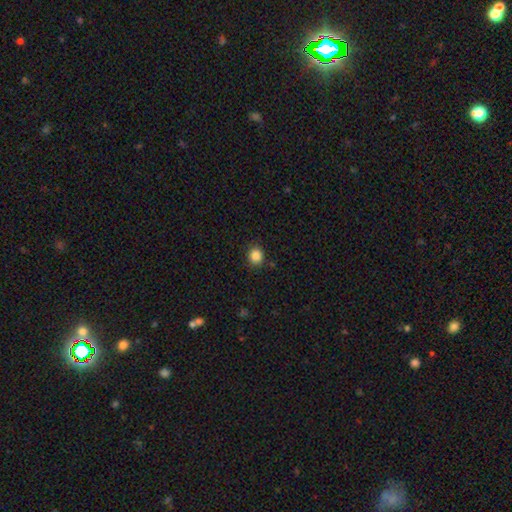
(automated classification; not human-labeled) Smooth or featured? Predicted: smooth (p=0.85). How rounded? Predicted: round (p=0.82). Merging? Predicted: none (p=0.88).